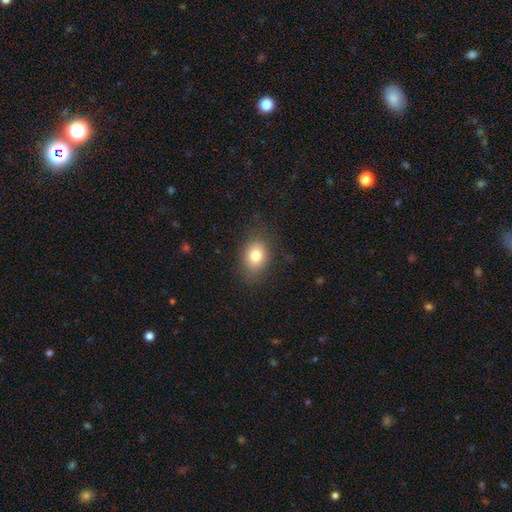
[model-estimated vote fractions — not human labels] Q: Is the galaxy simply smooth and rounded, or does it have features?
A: smooth — 79%.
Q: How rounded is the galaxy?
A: in between — 67%.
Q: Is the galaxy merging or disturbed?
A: none — 79%.